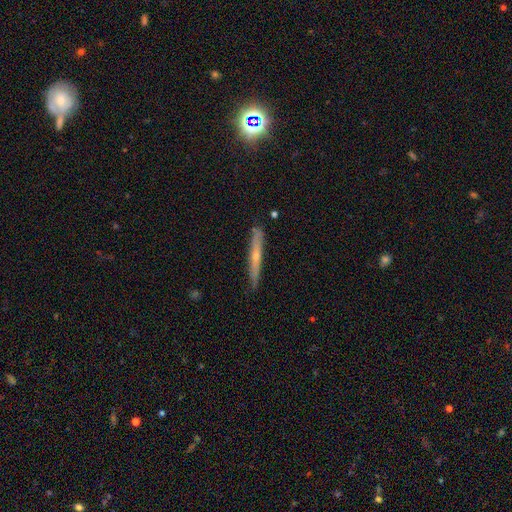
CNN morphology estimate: A featured or disk galaxy (61%) viewed edge-on (95%) with a rounded central bulge (70%). Merging: none (87%).